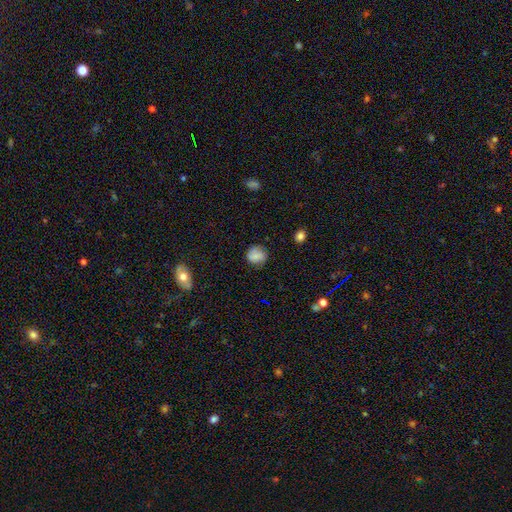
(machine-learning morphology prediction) This is clearly a smooth galaxy (82%). How rounded: likely round (80%). Merging: likely none (78%).